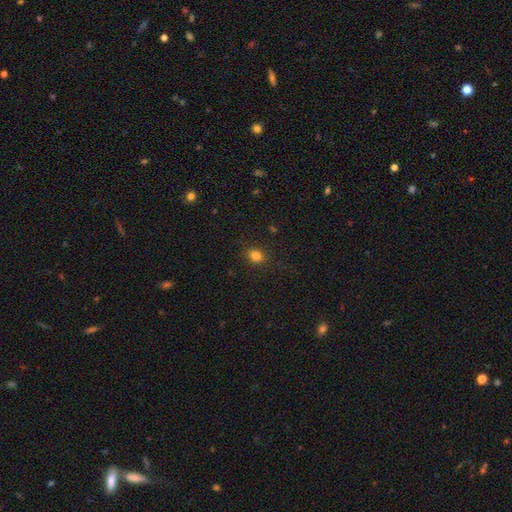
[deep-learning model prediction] smooth 82%, star or artifact 13%, featured or disk 5%. Down the decision tree: how rounded — round (67%); merging — none (88%).